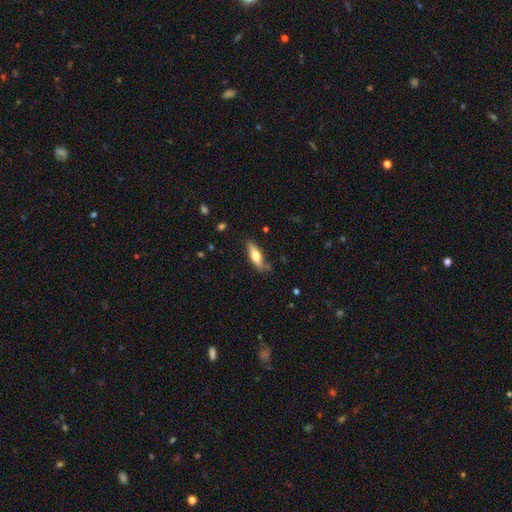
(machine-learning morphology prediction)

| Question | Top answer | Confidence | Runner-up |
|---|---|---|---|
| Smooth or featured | smooth | 57% | featured or disk (37%) |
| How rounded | cigar-shaped | 54% | in between (44%) |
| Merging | none | 78% | minor disturbance (16%) |